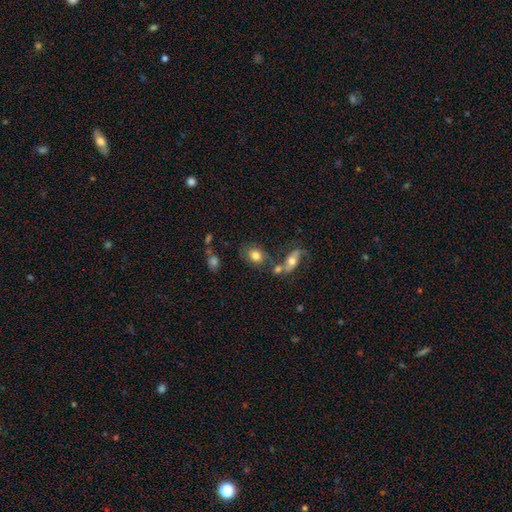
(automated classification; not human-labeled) The model was most divided on "merging": none: 56%, merger: 21%, minor disturbance: 16%, major disturbance: 7%. More confident: smooth or featured — smooth (75%); how rounded — in between (67%).